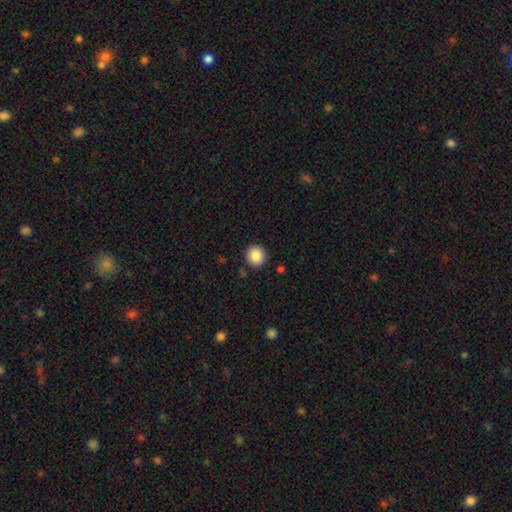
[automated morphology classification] Smooth or featured: smooth — 87% (star or artifact — 9%)
How rounded: round — 92% (in between — 7%)
Merging: none — 90% (minor disturbance — 6%)